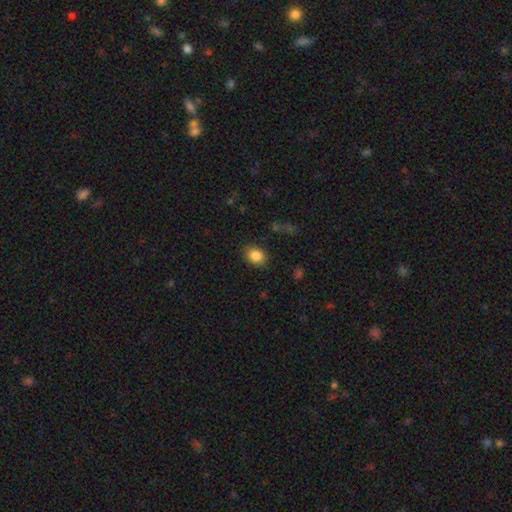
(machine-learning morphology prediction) smooth-or-featured: smooth: 86% | star or artifact: 10% | featured or disk: 4%
  how-rounded: round: 54% | in between: 45% | cigar-shaped: 1%
  merging: none: 84% | minor disturbance: 11% | major disturbance: 3% | merger: 2%